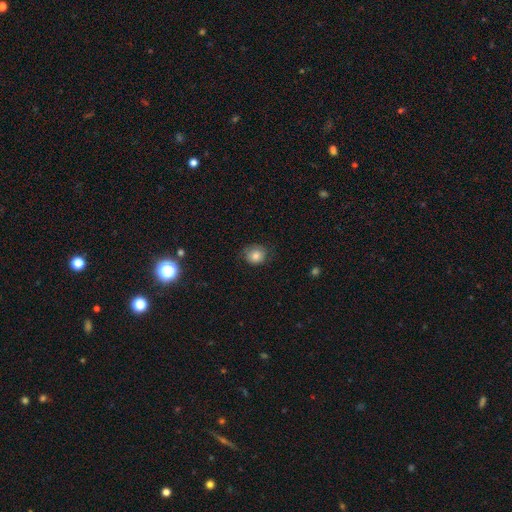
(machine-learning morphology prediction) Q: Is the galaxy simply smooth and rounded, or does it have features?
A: smooth — 79%.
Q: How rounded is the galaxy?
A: round — 77%.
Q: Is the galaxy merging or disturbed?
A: none — 70%.